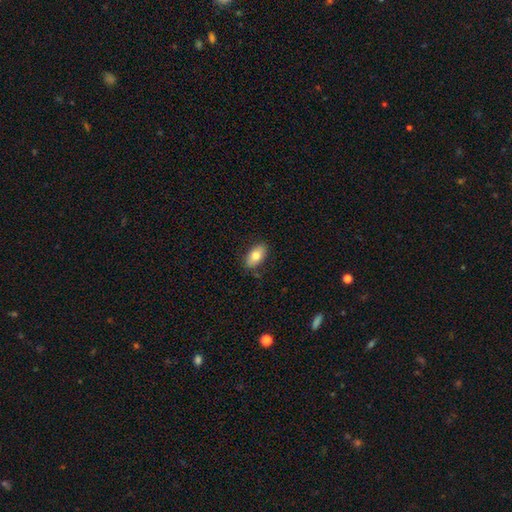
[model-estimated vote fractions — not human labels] This appears to be a smooth galaxy with no disk features (77%) that is in between round and cigar-shaped (92%). Merging: none (85%).